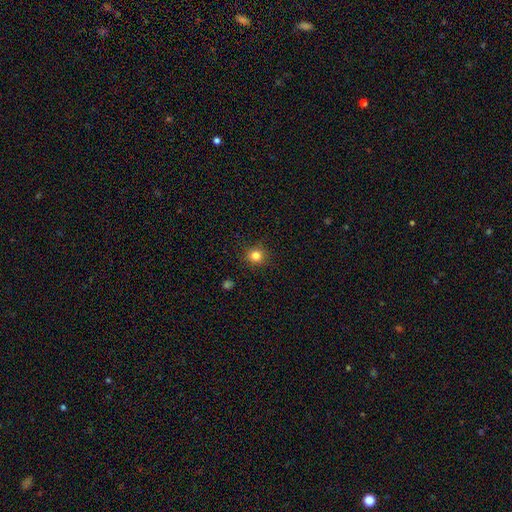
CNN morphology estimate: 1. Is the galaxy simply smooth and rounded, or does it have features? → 83% smooth, 12% star or artifact, 5% featured or disk.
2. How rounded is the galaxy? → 92% round, 7% in between, 1% cigar-shaped.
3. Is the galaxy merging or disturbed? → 90% none, 7% minor disturbance, 2% major disturbance, 1% merger.